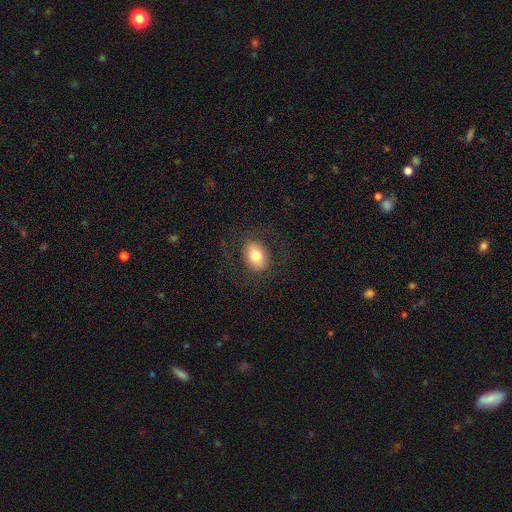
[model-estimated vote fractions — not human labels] Smooth or featured? Predicted: smooth (p=0.75). How rounded? Predicted: in between (p=0.68). Merging? Predicted: none (p=0.81).